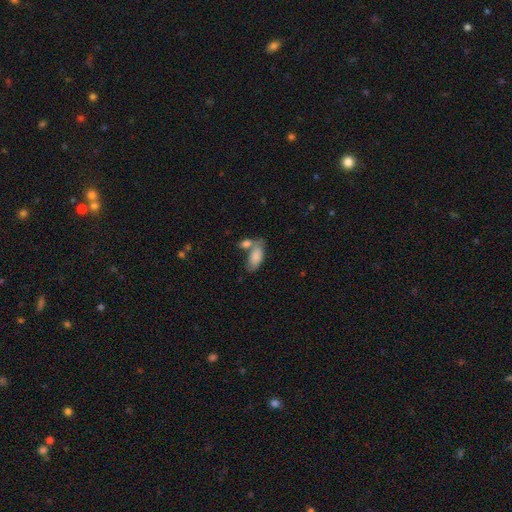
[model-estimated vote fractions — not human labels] smooth-or-featured: smooth: 83% | featured or disk: 11% | star or artifact: 6%
  how-rounded: in between: 91% | cigar-shaped: 6% | round: 3%
  merging: merger: 40% | none: 38% | minor disturbance: 15% | major disturbance: 7%